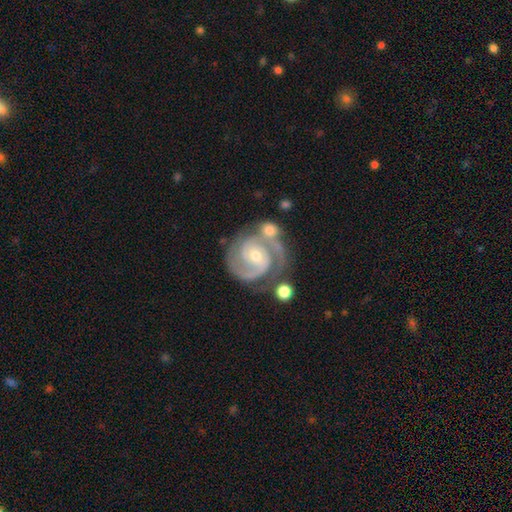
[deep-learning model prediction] featured or disk 92%, star or artifact 4%, smooth 4%. Down the decision tree: edge-on disk — no (98%); bar — no (50%); spiral arms — yes (98%); spiral arm count — 2 (77%); spiral winding — tight (59%); bulge size — small (54%); merging — none (57%).